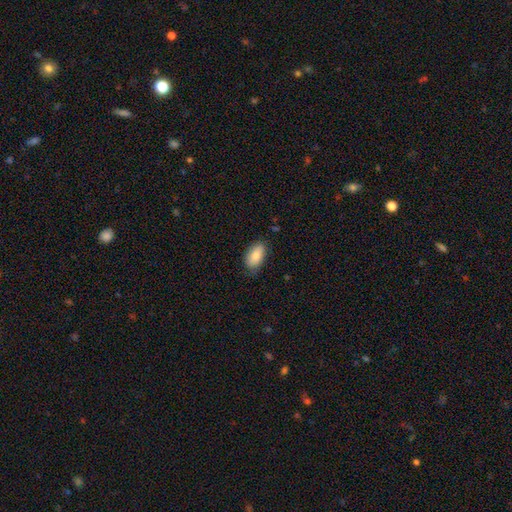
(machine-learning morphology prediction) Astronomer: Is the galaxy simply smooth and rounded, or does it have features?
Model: smooth — 84%.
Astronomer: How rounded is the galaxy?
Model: in between — 93%.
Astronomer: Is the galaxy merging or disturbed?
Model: none — 75%.